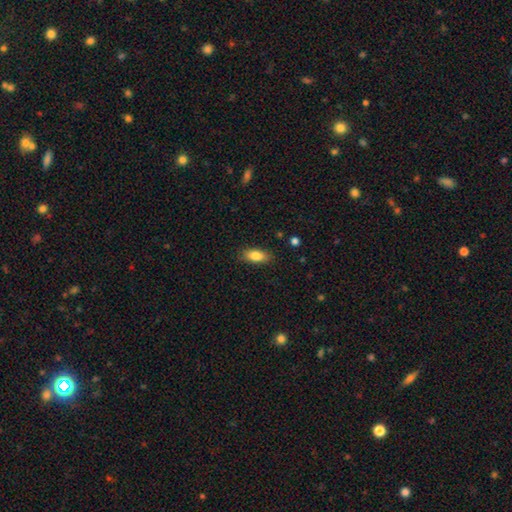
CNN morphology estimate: Q: Smooth or featured?
A: smooth (83%); runner-up: featured or disk (9%)
Q: How rounded?
A: in between (84%); runner-up: cigar-shaped (13%)
Q: Merging?
A: none (86%); runner-up: minor disturbance (11%)